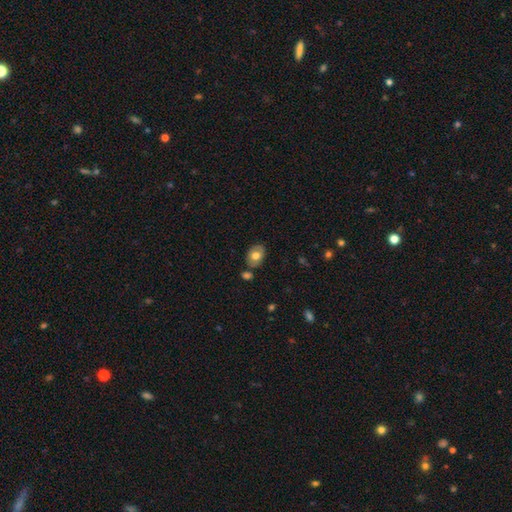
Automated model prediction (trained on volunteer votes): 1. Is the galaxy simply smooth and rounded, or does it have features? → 70% smooth, 23% featured or disk, 8% star or artifact.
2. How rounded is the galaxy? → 76% in between, 23% round, 1% cigar-shaped.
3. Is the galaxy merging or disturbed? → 74% none, 13% minor disturbance, 10% merger, 3% major disturbance.